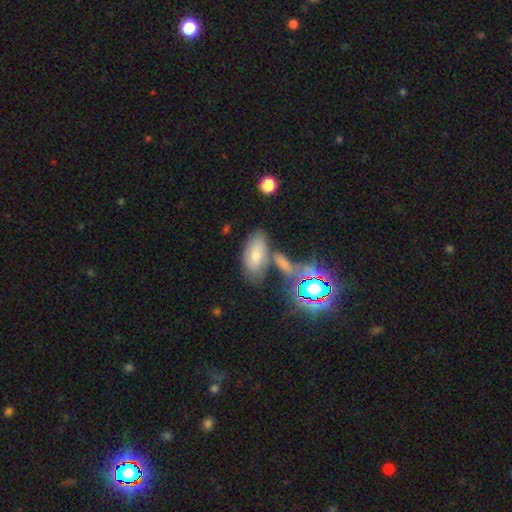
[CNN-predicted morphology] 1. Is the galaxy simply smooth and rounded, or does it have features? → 56% smooth, 22% featured or disk, 21% star or artifact.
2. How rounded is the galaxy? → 87% in between, 6% cigar-shaped, 6% round.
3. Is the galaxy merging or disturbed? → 62% none, 19% merger, 14% minor disturbance, 5% major disturbance.